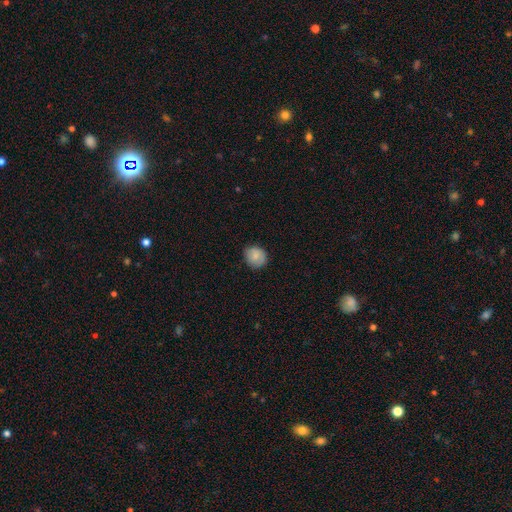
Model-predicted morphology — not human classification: smooth-or-featured: smooth: 83% | featured or disk: 10% | star or artifact: 8%
  how-rounded: round: 77% | in between: 22% | cigar-shaped: 1%
  merging: none: 80% | minor disturbance: 16% | major disturbance: 3% | merger: 1%